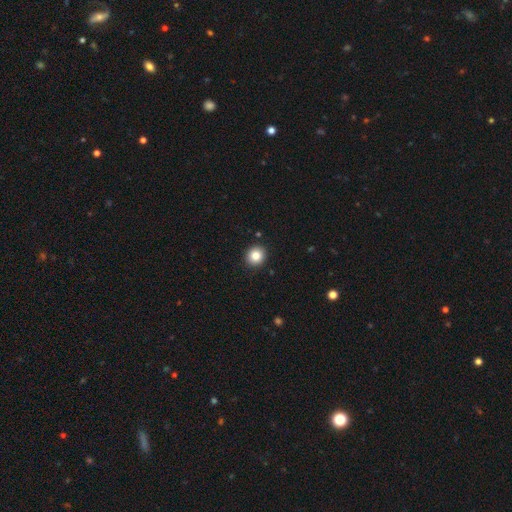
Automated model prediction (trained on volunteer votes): smooth-or-featured: smooth: 84% | star or artifact: 10% | featured or disk: 6%
  how-rounded: round: 87% | in between: 12% | cigar-shaped: 1%
  merging: none: 92% | minor disturbance: 5% | major disturbance: 2% | merger: 1%